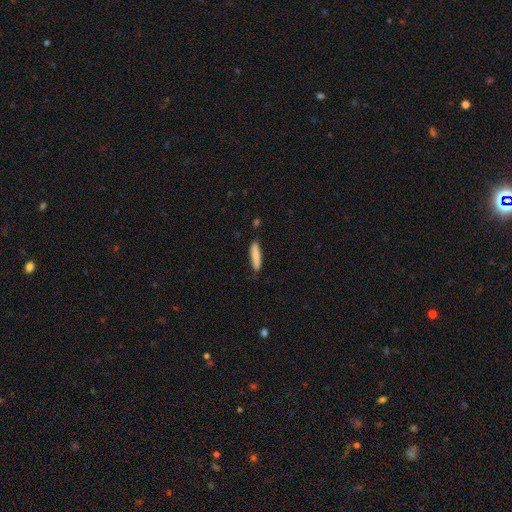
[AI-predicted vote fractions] This is clearly a smooth galaxy (84%). How rounded: clearly cigar-shaped (82%). Merging: clearly none (85%).